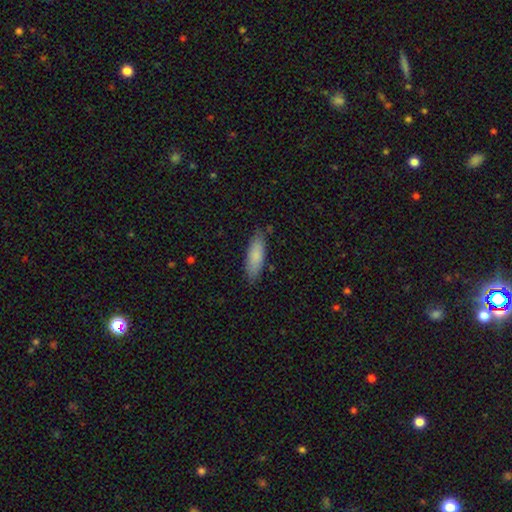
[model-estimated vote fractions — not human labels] A smooth galaxy with no disk features (83%) that is in between round and cigar-shaped (52%). Merging: none (82%).